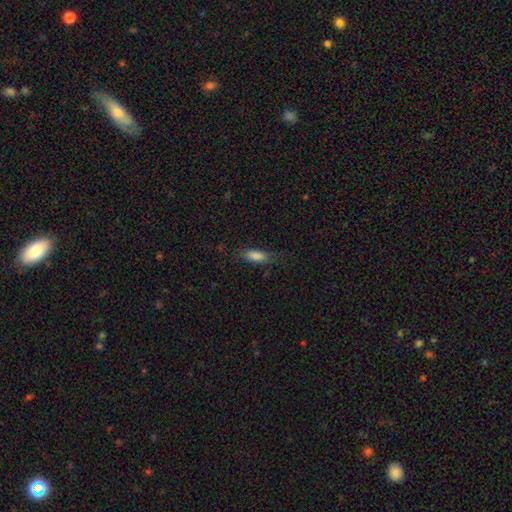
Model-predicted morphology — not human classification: smooth-or-featured: smooth: 83% | featured or disk: 10% | star or artifact: 8%
  how-rounded: in between: 64% | cigar-shaped: 34% | round: 2%
  merging: none: 71% | minor disturbance: 21% | major disturbance: 7% | merger: 1%